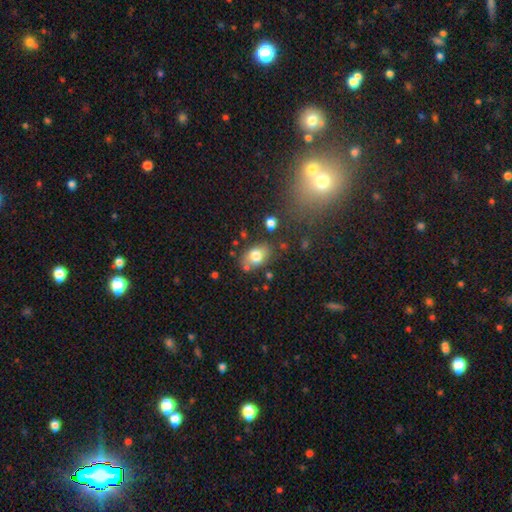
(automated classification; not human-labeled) Overall: smooth (75%). How rounded: in between (82%). Merging: none (67%).